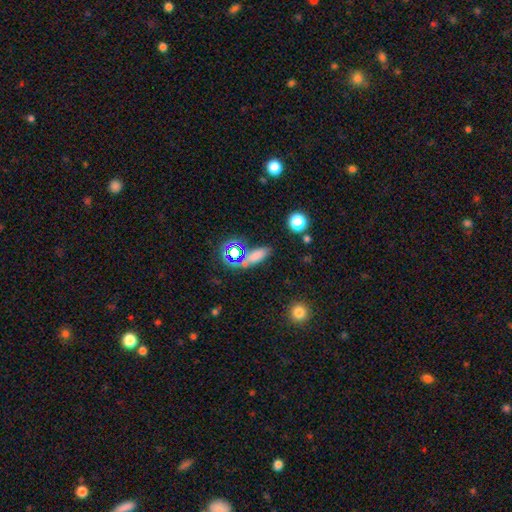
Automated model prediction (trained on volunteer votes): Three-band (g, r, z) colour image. It shows a smooth galaxy with no disk features (69%) that is in between round and cigar-shaped (58%). Merging: none (71%).